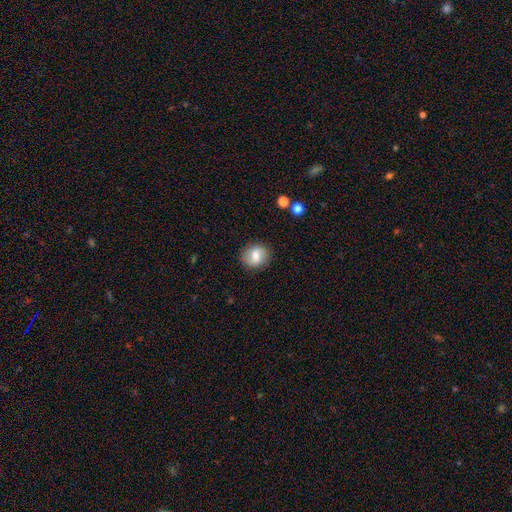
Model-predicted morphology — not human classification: This appears to be a smooth galaxy with no disk features (68%) that is round (67%). Merging: none (85%).